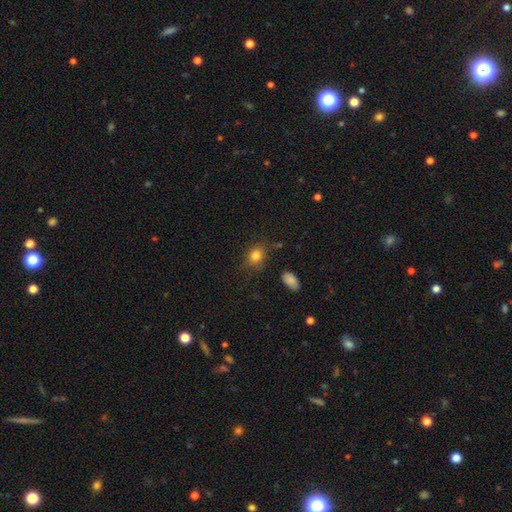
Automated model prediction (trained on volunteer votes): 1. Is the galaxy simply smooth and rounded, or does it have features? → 83% smooth, 10% star or artifact, 7% featured or disk.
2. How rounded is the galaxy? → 51% round, 48% in between, 1% cigar-shaped.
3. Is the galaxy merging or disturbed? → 77% none, 16% minor disturbance, 5% major disturbance, 3% merger.